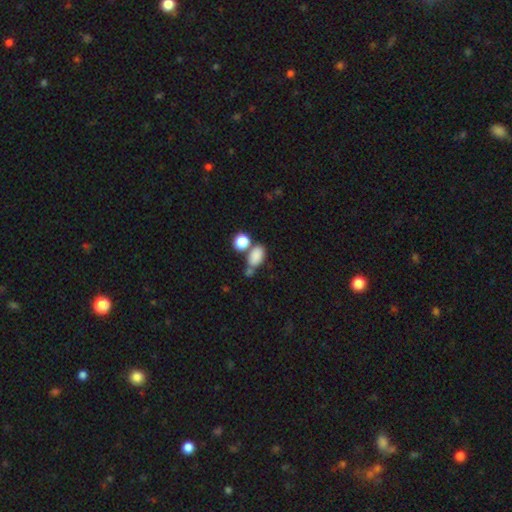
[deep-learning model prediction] Smooth or featured? Predicted: smooth (p=0.82). How rounded? Predicted: in between (p=0.81). Merging? Predicted: none (p=0.45).